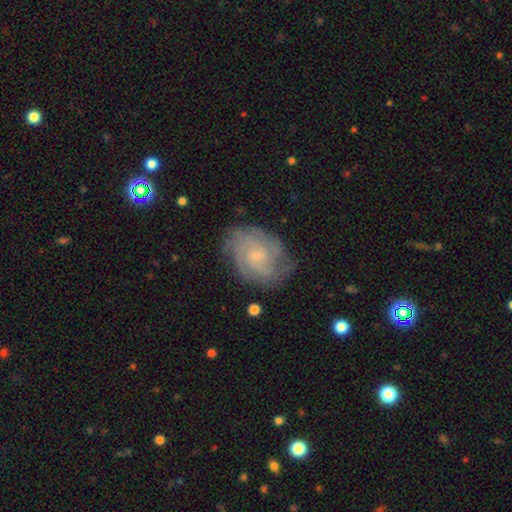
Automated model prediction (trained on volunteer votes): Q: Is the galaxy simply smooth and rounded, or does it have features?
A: featured or disk — 79%.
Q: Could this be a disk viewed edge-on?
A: no — 97%.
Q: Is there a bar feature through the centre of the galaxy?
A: no — 68%.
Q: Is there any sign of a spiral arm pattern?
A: yes — 95%.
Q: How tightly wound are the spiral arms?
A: tight — 62%.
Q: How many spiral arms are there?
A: can't tell — 33%.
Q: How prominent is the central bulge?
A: small — 77%.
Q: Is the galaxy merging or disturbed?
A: none — 75%.